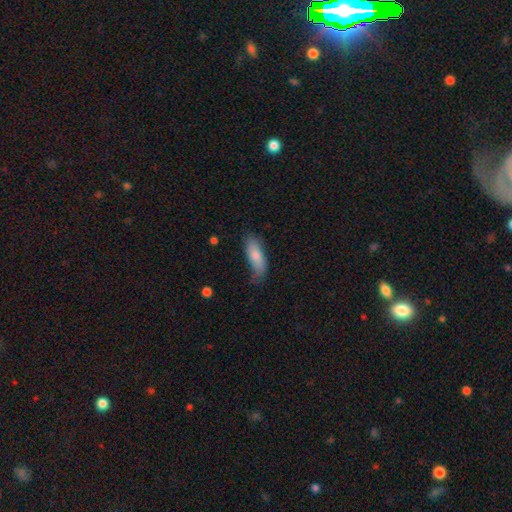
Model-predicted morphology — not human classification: This appears to be a smooth galaxy with no disk features (80%) that is in between round and cigar-shaped (66%). Merging: none (54%).